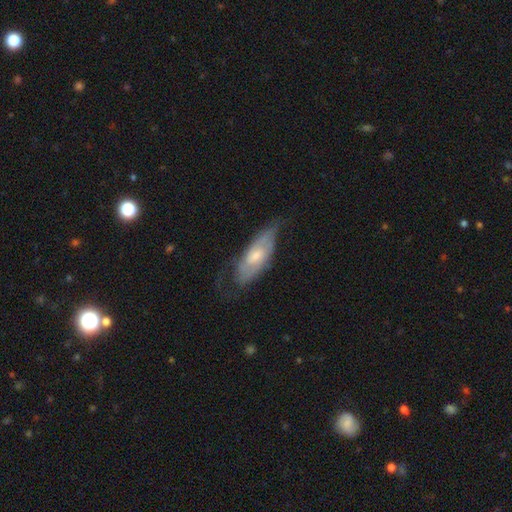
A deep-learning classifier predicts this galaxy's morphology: Overall: featured or disk (61%; smooth 33%). Edge-on disk: no (81%). Merging: none (55%; minor disturbance 28%).